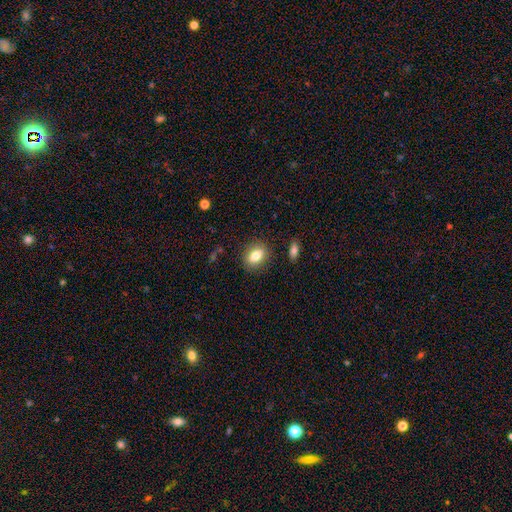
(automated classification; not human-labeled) Q: Smooth or featured?
A: smooth (81%); runner-up: featured or disk (11%)
Q: How rounded?
A: in between (68%); runner-up: round (31%)
Q: Merging?
A: none (85%); runner-up: minor disturbance (10%)